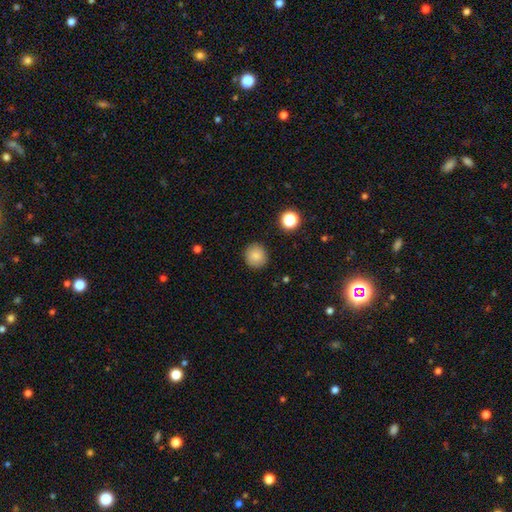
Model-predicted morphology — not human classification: Smooth or featured? Predicted: smooth (p=0.84). How rounded? Predicted: round (p=0.92). Merging? Predicted: none (p=0.89).